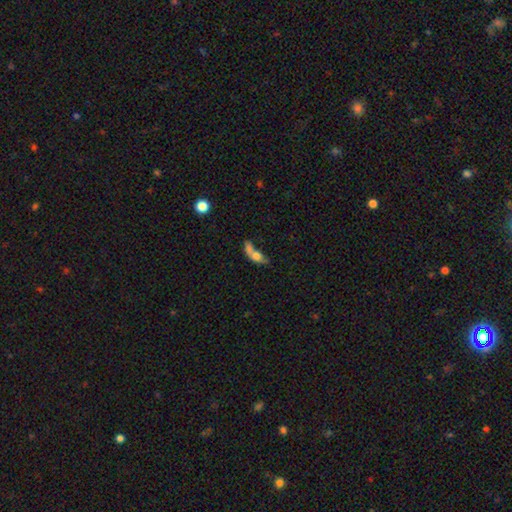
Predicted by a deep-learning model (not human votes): Overall: smooth (63%; featured or disk 27%). How rounded: in between (69%). Merging: merger (54%; none 19%).